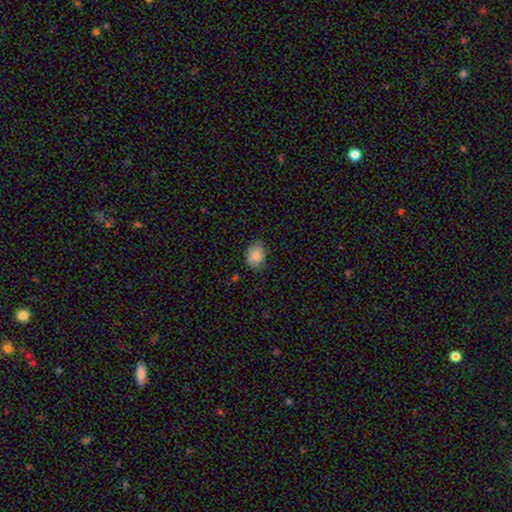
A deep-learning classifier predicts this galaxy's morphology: The model was most divided on "how rounded": in between: 61%, round: 38%, cigar-shaped: 1%. More confident: smooth or featured — smooth (87%); merging — none (76%).